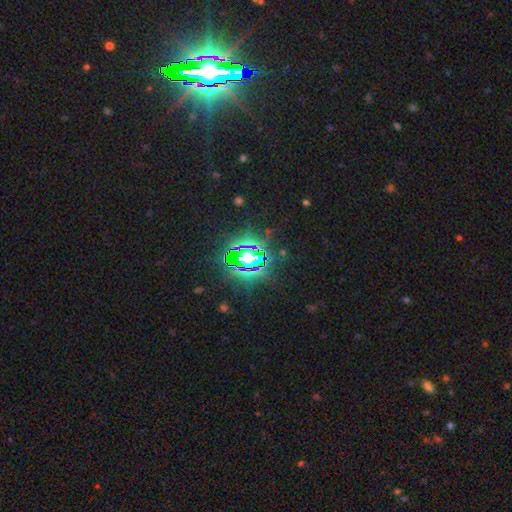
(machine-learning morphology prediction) star or artifact 79%, smooth 11%, featured or disk 10%.